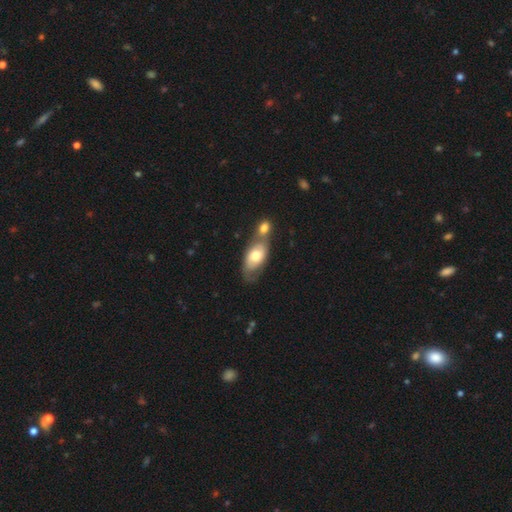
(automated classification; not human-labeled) smooth_or_featured: smooth (p=0.56) [alt: featured or disk p=0.38]
how_rounded: in between (p=0.87) [alt: round p=0.08]
merging: merger (p=0.49) [alt: none p=0.31]